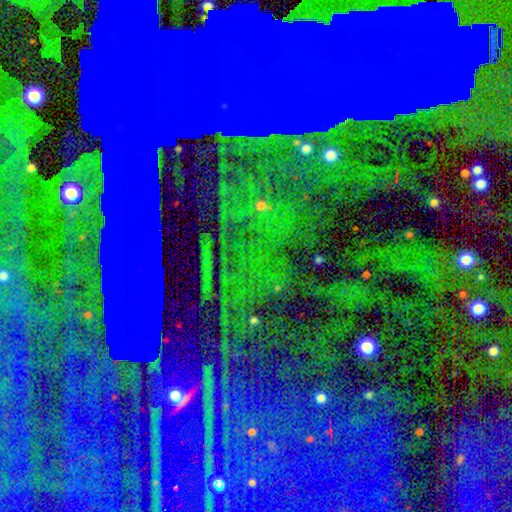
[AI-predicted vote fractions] A star or artifact, not a galaxy (84%).

Vote fractions:
- Smooth or featured? star or artifact: 84% / featured or disk: 9% / smooth: 7%